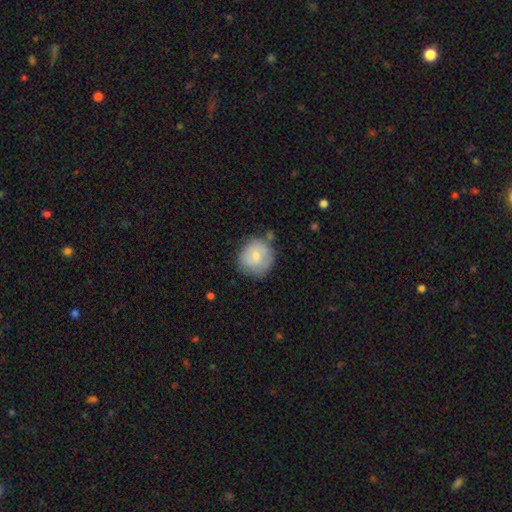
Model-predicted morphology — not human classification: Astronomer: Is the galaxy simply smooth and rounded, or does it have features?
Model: smooth — 69%.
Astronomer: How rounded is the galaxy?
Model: round — 88%.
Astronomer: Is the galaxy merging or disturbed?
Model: none — 68%.